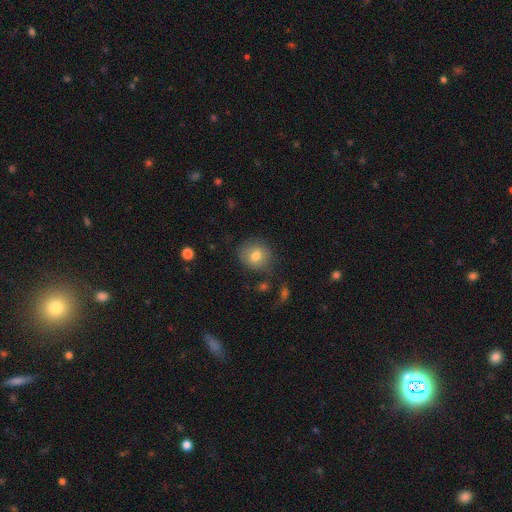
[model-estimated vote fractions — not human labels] Morphology: type=smooth (76%); roundness=round (77%); merging=none (77%).